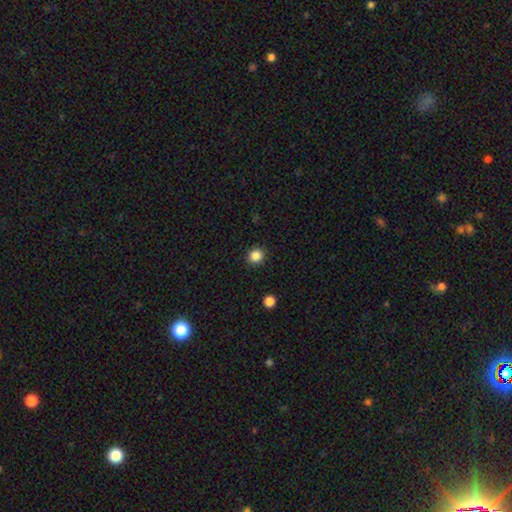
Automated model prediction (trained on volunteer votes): This appears to be a smooth galaxy with no disk features (85%) that is round (88%). Merging: none (91%).